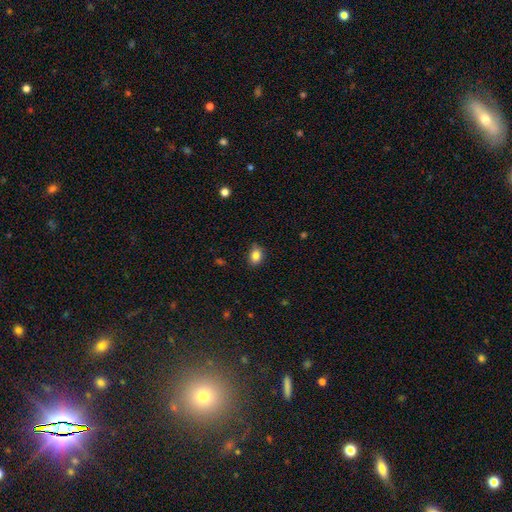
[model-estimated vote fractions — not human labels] A smooth galaxy with no disk features (85%) that is in between round and cigar-shaped (64%).

Vote fractions:
- Smooth or featured? smooth: 85% / star or artifact: 9% / featured or disk: 6%
- How rounded? in between: 64% / round: 35% / cigar-shaped: 1%
- Merging? none: 80% / minor disturbance: 16% / major disturbance: 3% / merger: 1%